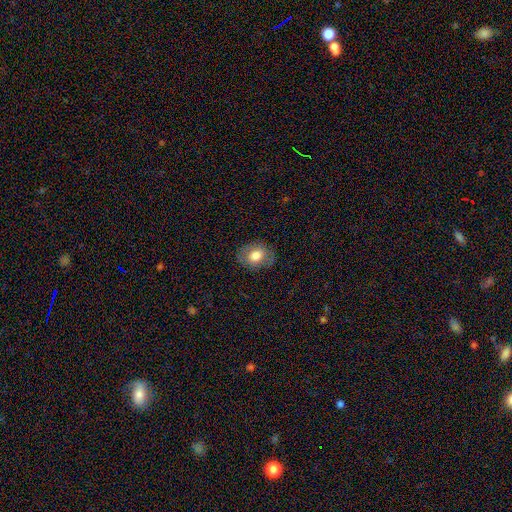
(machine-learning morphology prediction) This is likely a smooth galaxy (74%). How rounded: possibly in between (58%). Merging: clearly none (82%).